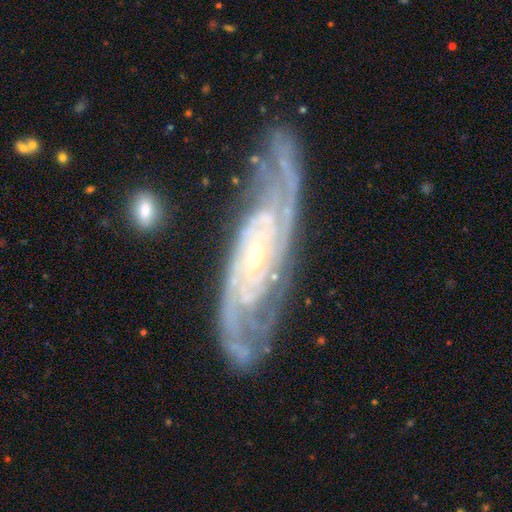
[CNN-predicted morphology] The model was most divided on "spiral arm count": 2: 37%, can't tell: 19%, 3: 19%, 4: 12%, more than 4: 7%, 1: 6%. More confident: spiral arms — yes (98%); smooth or featured — featured or disk (91%); edge-on disk — no (88%); bulge size — small (80%); merging — none (76%); spiral winding — tight (63%); bar — no (55%).